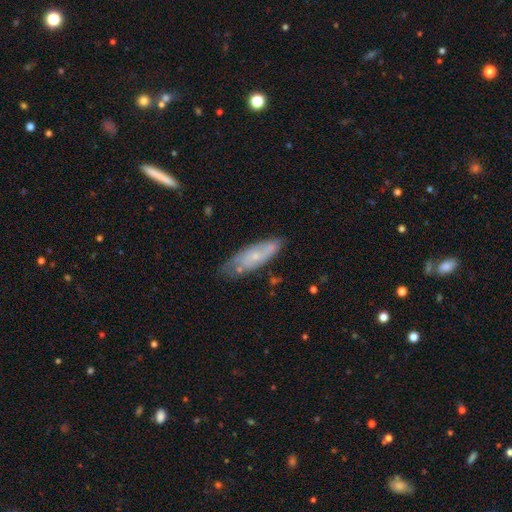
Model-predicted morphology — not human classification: A featured or disk galaxy (54%). Merging: none (61%).